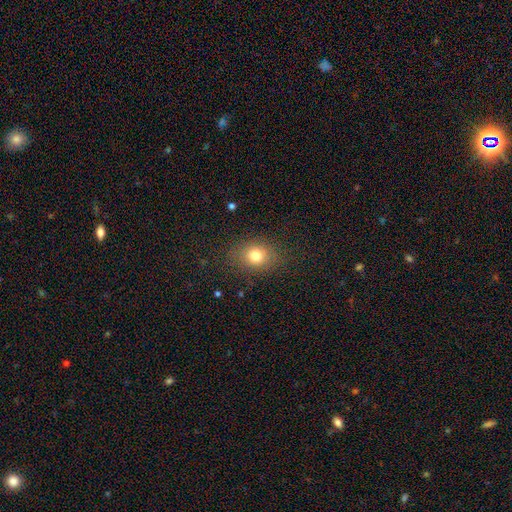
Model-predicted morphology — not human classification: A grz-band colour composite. It shows a smooth galaxy with no disk features (78%) that is round (52%). Merging: none (83%).